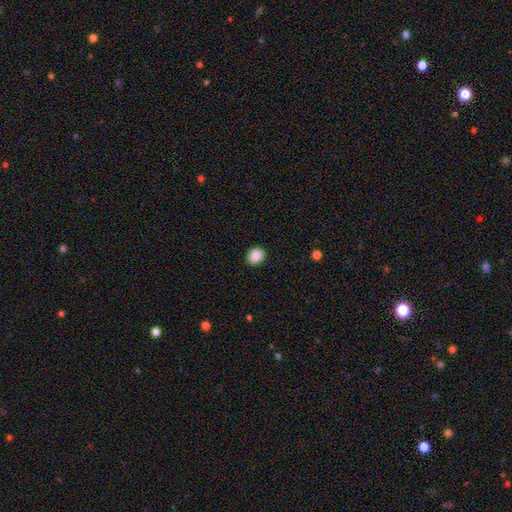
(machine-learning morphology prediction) This appears to be a smooth galaxy with no disk features (87%) that is round (62%). Merging: none (91%).